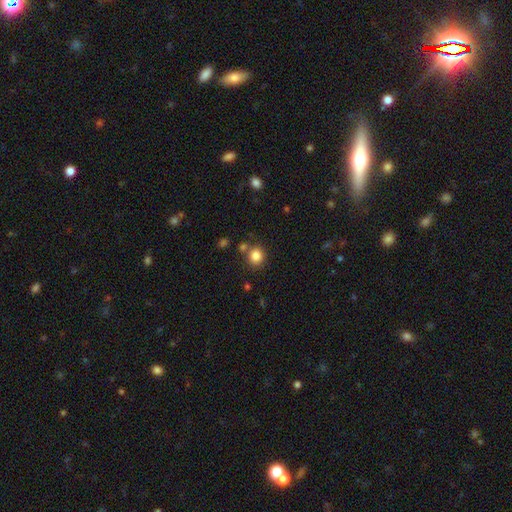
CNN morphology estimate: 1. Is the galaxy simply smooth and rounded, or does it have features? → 84% smooth, 11% star or artifact, 5% featured or disk.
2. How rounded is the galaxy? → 86% round, 13% in between, 1% cigar-shaped.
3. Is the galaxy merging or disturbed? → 76% none, 11% merger, 10% minor disturbance, 3% major disturbance.